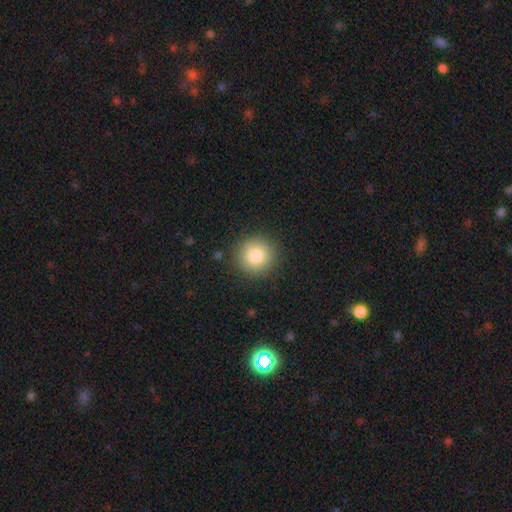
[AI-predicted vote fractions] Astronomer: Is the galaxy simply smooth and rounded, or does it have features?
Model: smooth — 83%.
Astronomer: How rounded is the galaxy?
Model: round — 94%.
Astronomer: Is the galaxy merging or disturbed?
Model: none — 89%.